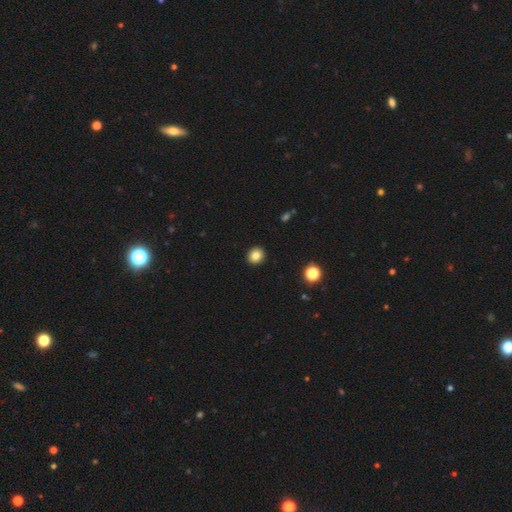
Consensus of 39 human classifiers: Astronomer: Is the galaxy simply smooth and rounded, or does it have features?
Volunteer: smooth — 85%.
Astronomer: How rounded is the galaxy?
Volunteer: round — 85%.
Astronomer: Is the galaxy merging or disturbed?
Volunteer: none — 86%.